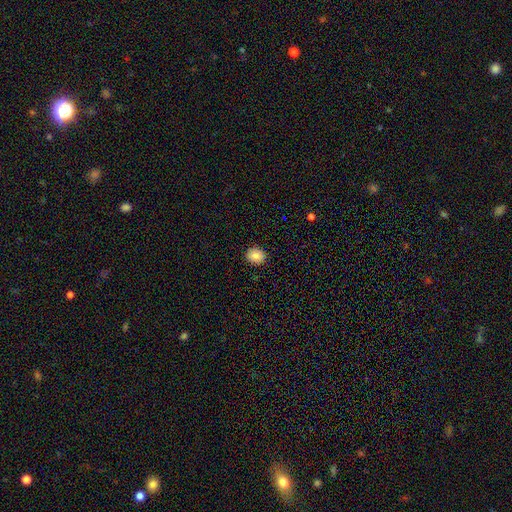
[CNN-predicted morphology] Smooth or featured? smooth (84%)
How rounded? round (68%)
Merging? none (90%)